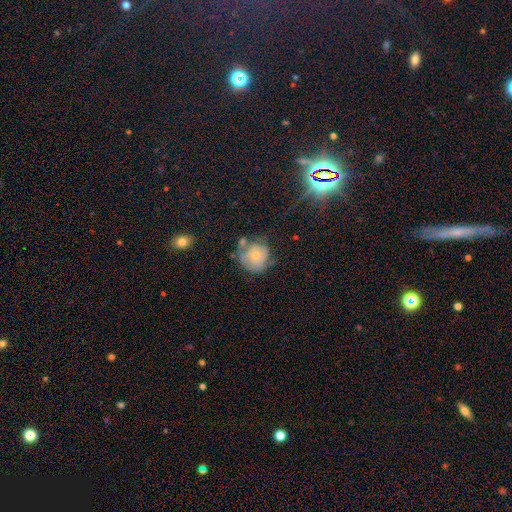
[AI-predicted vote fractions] The model was most divided on "smooth or featured" (2-way tie): featured or disk: 46%, smooth: 46%, star or artifact: 8%. Remaining: merging — none (48%).